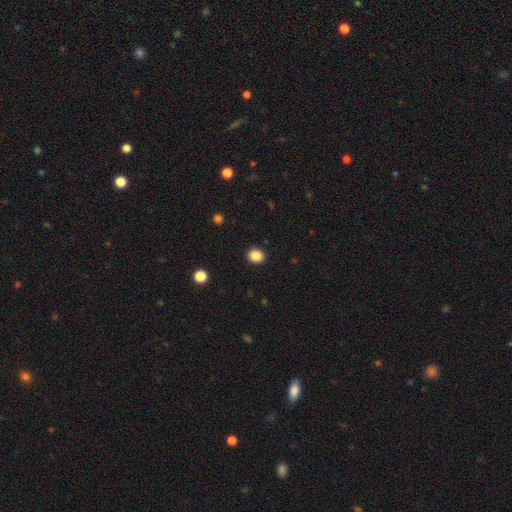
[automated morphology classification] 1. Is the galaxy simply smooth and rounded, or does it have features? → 86% smooth, 10% star or artifact, 3% featured or disk.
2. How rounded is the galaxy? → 75% round, 24% in between, 1% cigar-shaped.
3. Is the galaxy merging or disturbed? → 91% none, 6% minor disturbance, 2% major disturbance, 1% merger.